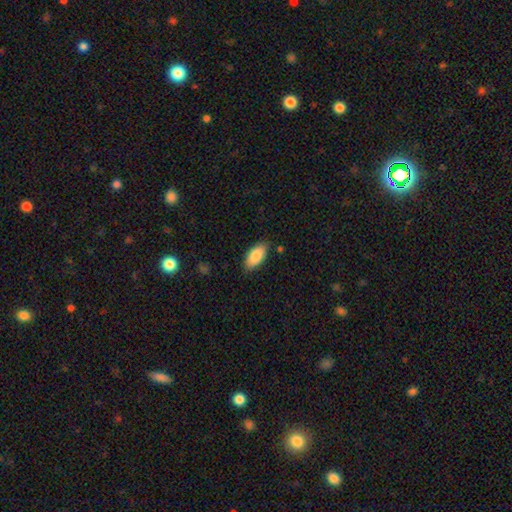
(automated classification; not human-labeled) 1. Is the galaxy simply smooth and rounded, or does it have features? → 86% smooth, 8% featured or disk, 6% star or artifact.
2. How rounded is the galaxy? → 91% in between, 6% cigar-shaped, 2% round.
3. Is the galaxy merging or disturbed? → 84% none, 12% minor disturbance, 2% major disturbance, 2% merger.